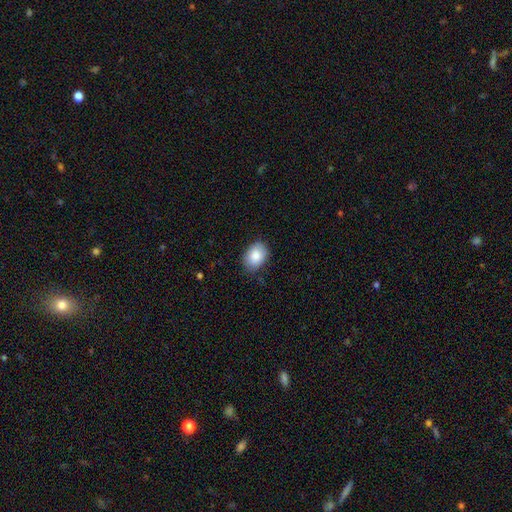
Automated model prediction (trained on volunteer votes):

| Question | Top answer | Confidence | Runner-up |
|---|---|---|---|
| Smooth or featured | smooth | 86% | star or artifact (7%) |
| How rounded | in between | 76% | round (23%) |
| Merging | none | 79% | minor disturbance (17%) |